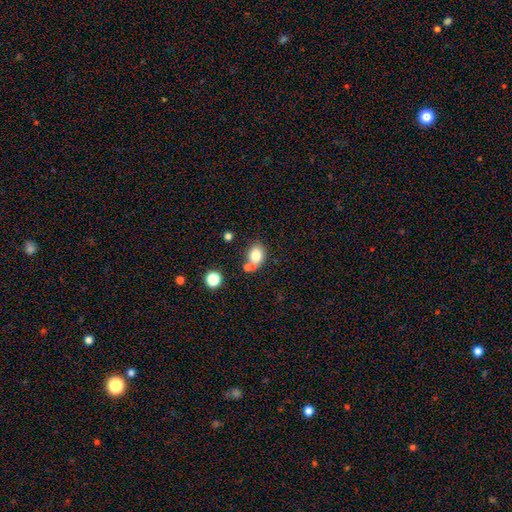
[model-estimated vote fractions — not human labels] smooth-or-featured: smooth: 77% | featured or disk: 13% | star or artifact: 10%
  how-rounded: in between: 53% | round: 46% | cigar-shaped: 1%
  merging: none: 48% | merger: 30% | minor disturbance: 15% | major disturbance: 6%